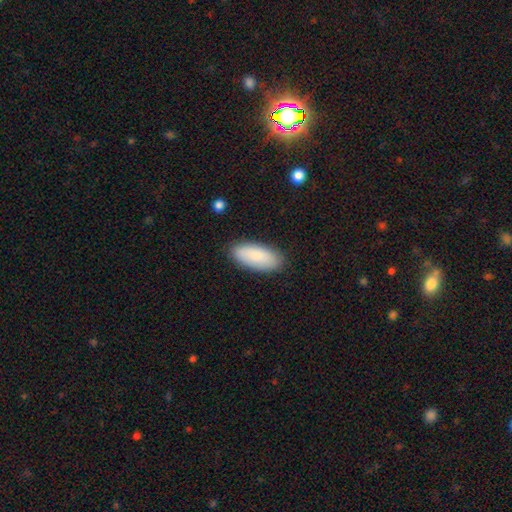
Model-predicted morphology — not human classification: Smooth or featured? Predicted: smooth (p=0.86). How rounded? Predicted: in between (p=0.87). Merging? Predicted: none (p=0.87).